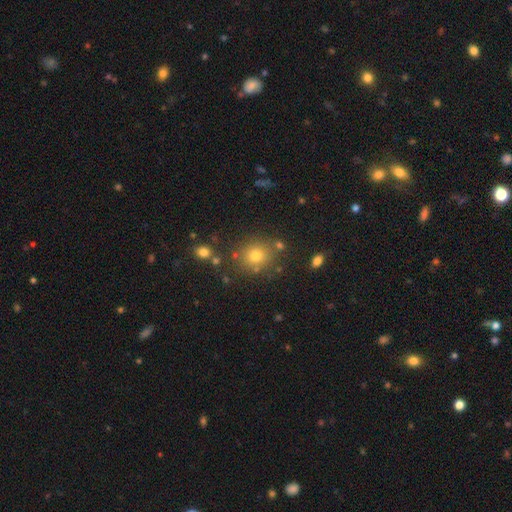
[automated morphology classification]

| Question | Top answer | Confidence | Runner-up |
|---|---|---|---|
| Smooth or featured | smooth | 74% | star or artifact (17%) |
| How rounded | round | 81% | in between (18%) |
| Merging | none | 79% | minor disturbance (10%) |